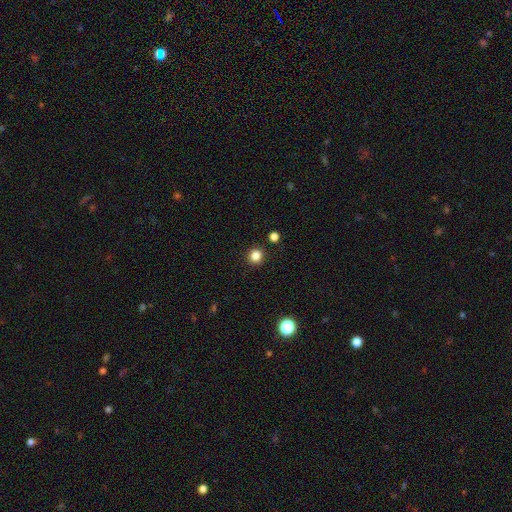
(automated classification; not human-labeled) Smooth or featured? smooth (84%)
How rounded? round (92%)
Merging? none (91%)